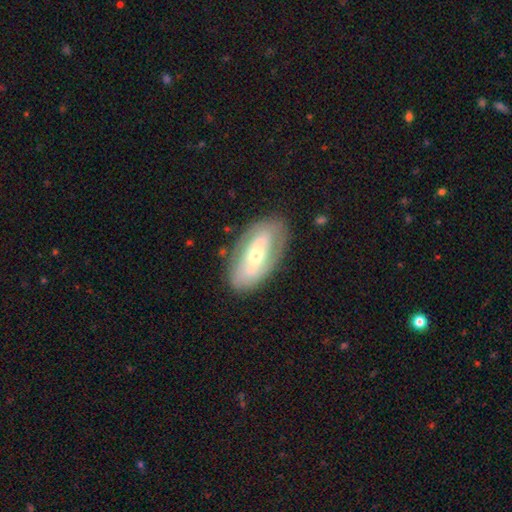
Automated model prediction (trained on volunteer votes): smooth_or_featured: featured or disk (p=0.60) [alt: smooth p=0.34]
disk_edge_on: no (p=0.88) [alt: yes p=0.12]
bar: no (p=0.57) [alt: weak p=0.25]
has_spiral_arms: no (p=0.58) [alt: yes p=0.42]
bulge_size: moderate (p=0.60) [alt: small p=0.33]
merging: none (p=0.78) [alt: minor disturbance p=0.15]